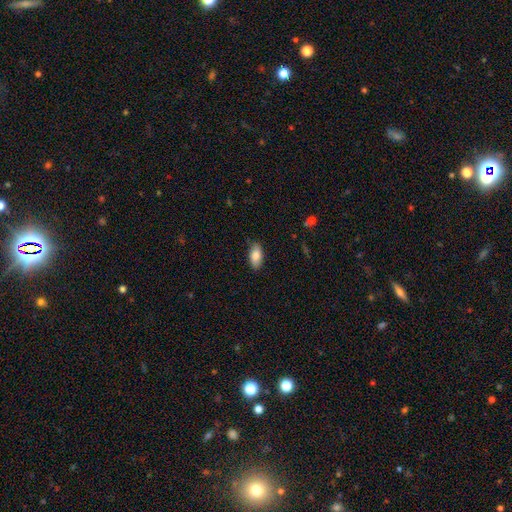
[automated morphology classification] Q: Smooth or featured?
A: smooth (84%); runner-up: featured or disk (10%)
Q: How rounded?
A: in between (92%); runner-up: cigar-shaped (6%)
Q: Merging?
A: none (80%); runner-up: minor disturbance (16%)